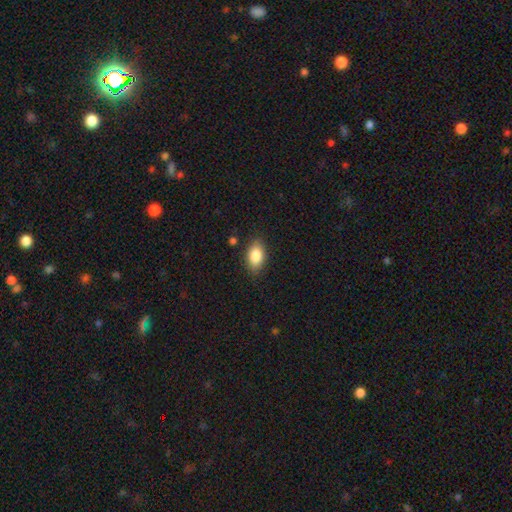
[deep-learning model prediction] Smooth or featured? Predicted: smooth (p=0.85). How rounded? Predicted: in between (p=0.90). Merging? Predicted: none (p=0.85).